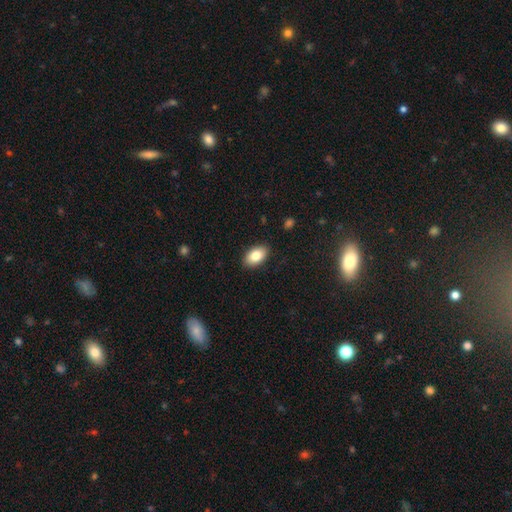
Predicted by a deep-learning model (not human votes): Smooth or featured? smooth (84%)
How rounded? in between (92%)
Merging? none (88%)